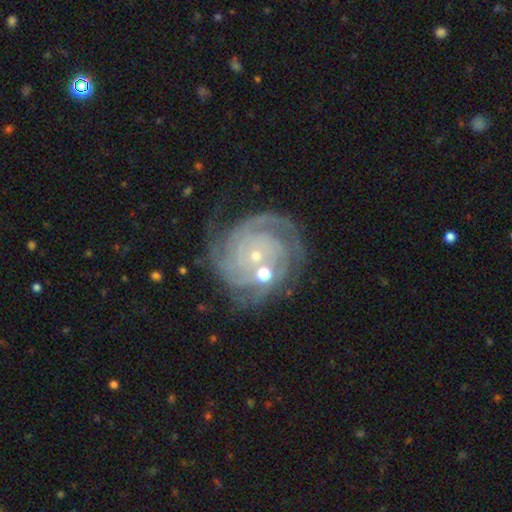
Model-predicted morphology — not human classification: type=featured or disk (88%); edge-on=no (98%); bar=no (76%); spiral arms=yes (98%); winding=tight (81%); arm count=3 (29%); bulge=small (74%); merging=none (62%).